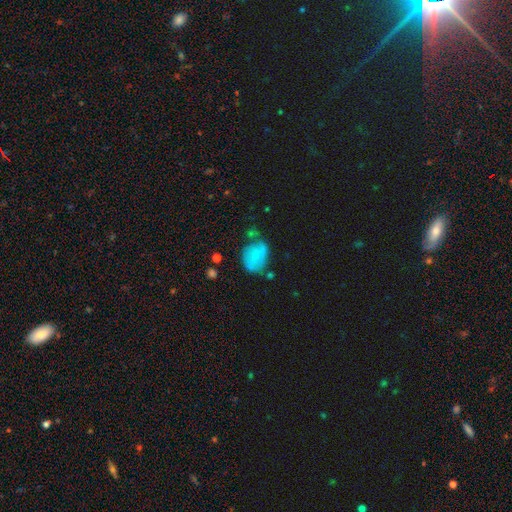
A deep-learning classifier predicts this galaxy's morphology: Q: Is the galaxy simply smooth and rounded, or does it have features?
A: smooth — 63%.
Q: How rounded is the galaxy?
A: in between — 60%.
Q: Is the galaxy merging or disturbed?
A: none — 44%.